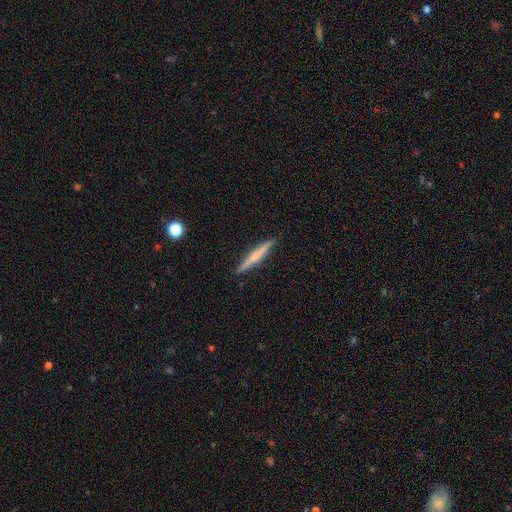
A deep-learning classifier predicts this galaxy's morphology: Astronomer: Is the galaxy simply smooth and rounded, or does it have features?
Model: smooth — 48% (runner-up: featured or disk, 46%).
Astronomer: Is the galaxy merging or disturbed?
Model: none — 91%.